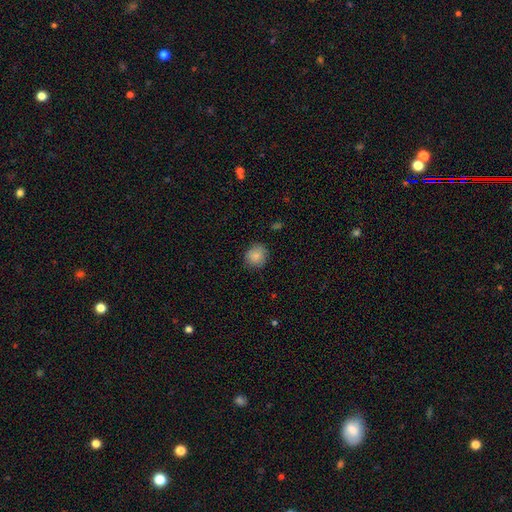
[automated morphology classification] This is clearly a smooth galaxy (85%). How rounded: clearly round (86%). Merging: clearly none (83%).